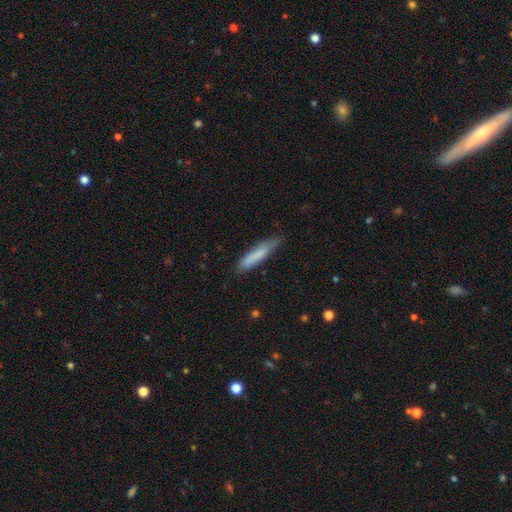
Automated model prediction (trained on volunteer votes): Smooth or featured?
  - smooth: 79% *
  - featured or disk: 15%
  - star or artifact: 6%
How rounded?
  - cigar-shaped: 88% *
  - in between: 11%
  - round: 1%
Merging?
  - none: 79% *
  - minor disturbance: 16%
  - major disturbance: 3%
  - merger: 1%